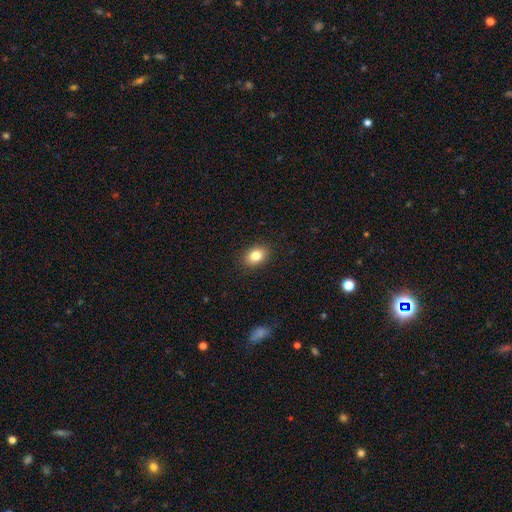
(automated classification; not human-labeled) This is clearly a smooth galaxy (83%). How rounded: likely in between (74%). Merging: clearly none (89%).